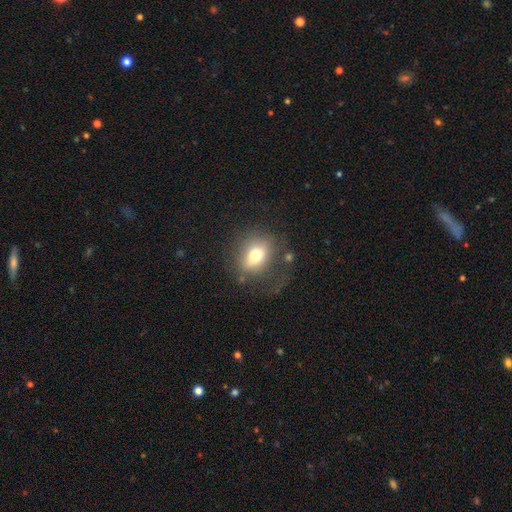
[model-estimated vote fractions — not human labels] Morphology: type=smooth (70%); roundness=in between (57%); merging=none (57%).